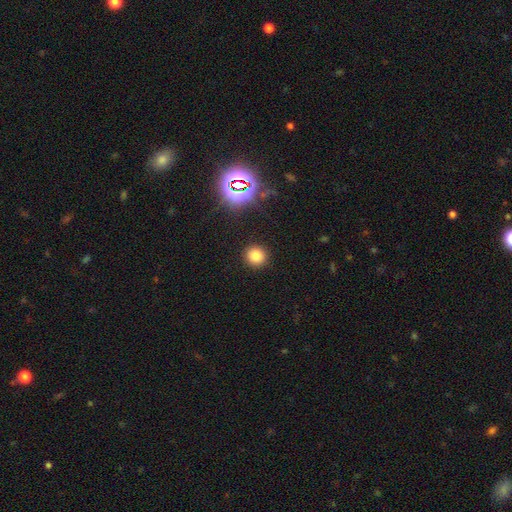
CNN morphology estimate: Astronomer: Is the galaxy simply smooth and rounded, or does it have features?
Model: smooth — 78%.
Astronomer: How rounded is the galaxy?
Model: round — 91%.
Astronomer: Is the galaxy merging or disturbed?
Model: none — 91%.